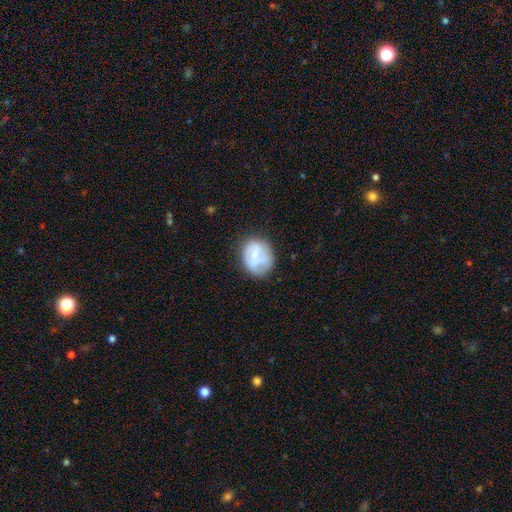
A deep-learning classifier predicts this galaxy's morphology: smooth 52%, featured or disk 40%, star or artifact 8%. Down the decision tree: how rounded — round (53%); merging — none (60%).